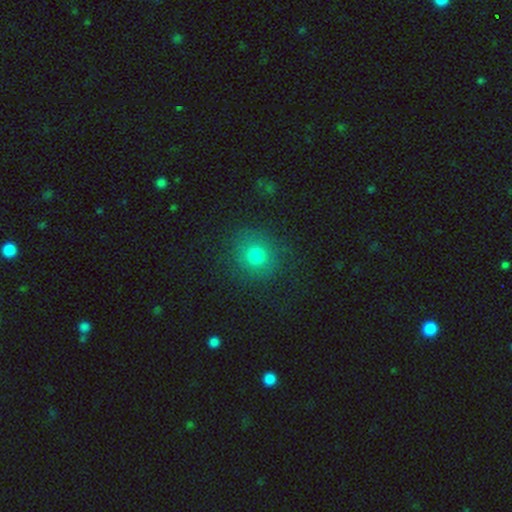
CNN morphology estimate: Smooth or featured?
  - smooth: 69% *
  - star or artifact: 17%
  - featured or disk: 13%
How rounded?
  - round: 88% *
  - in between: 11%
  - cigar-shaped: 1%
Merging?
  - none: 82% *
  - minor disturbance: 11%
  - major disturbance: 5%
  - merger: 1%